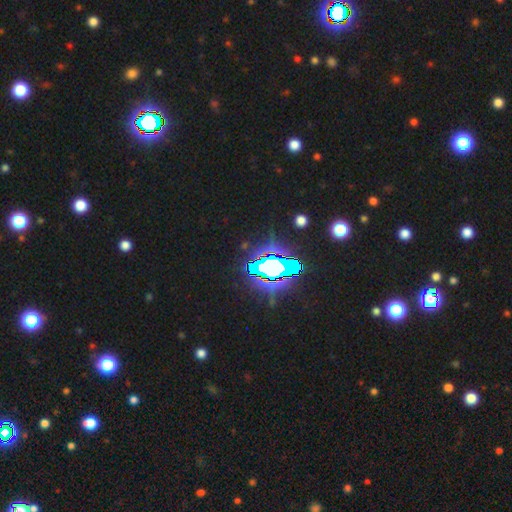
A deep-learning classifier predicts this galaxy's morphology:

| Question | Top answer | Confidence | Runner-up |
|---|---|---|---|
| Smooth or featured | star or artifact | 84% | smooth (10%) |